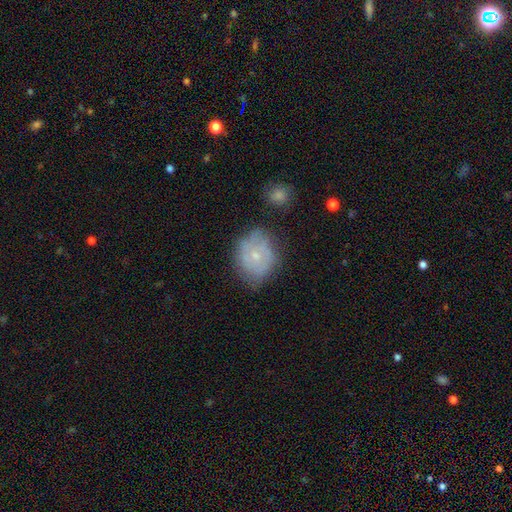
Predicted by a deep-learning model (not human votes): smooth_or_featured: featured or disk (p=0.52) [alt: smooth p=0.40]
disk_edge_on: no (p=0.97) [alt: yes p=0.03]
bar: no (p=0.82) [alt: weak p=0.16]
has_spiral_arms: yes (p=0.61) [alt: no p=0.39]
bulge_size: small (p=0.63) [alt: moderate p=0.32]
merging: none (p=0.59) [alt: minor disturbance p=0.28]